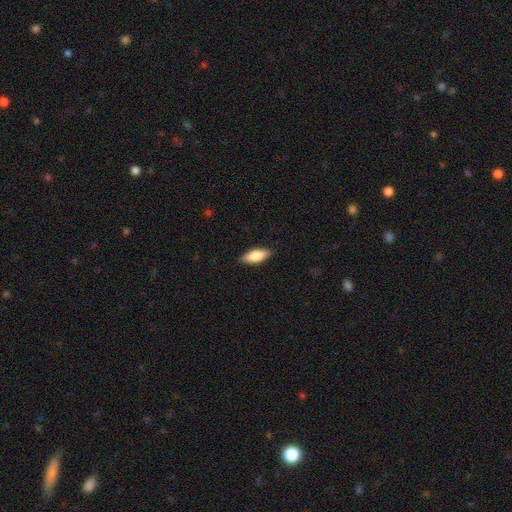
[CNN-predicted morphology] This appears to be a smooth galaxy with no disk features (74%) that is in between round and cigar-shaped (69%). Merging: none (87%).